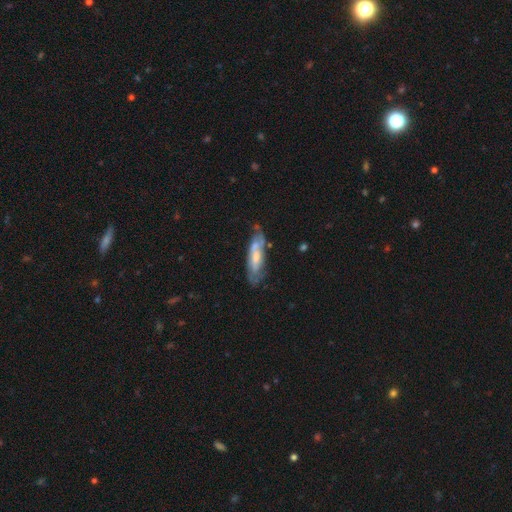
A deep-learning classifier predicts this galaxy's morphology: featured or disk 56%, smooth 38%, star or artifact 6%. Down the decision tree: edge-on disk — no (67%); merging — none (60%).